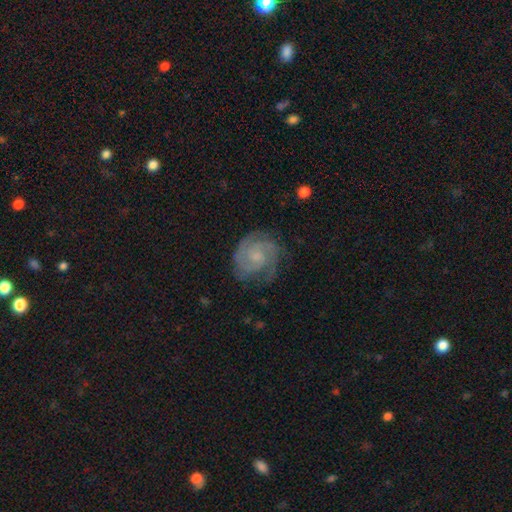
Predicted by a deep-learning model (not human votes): smooth_or_featured: featured or disk (p=0.82) [alt: smooth p=0.12]
disk_edge_on: no (p=0.98) [alt: yes p=0.02]
bar: no (p=0.65) [alt: weak p=0.30]
has_spiral_arms: yes (p=0.97) [alt: no p=0.03]
spiral_winding: tight (p=0.60) [alt: medium p=0.34]
spiral_arm_count: 2 (p=0.44) [alt: 3 p=0.28]
bulge_size: small (p=0.47) [alt: moderate p=0.30]
merging: none (p=0.74) [alt: minor disturbance p=0.18]